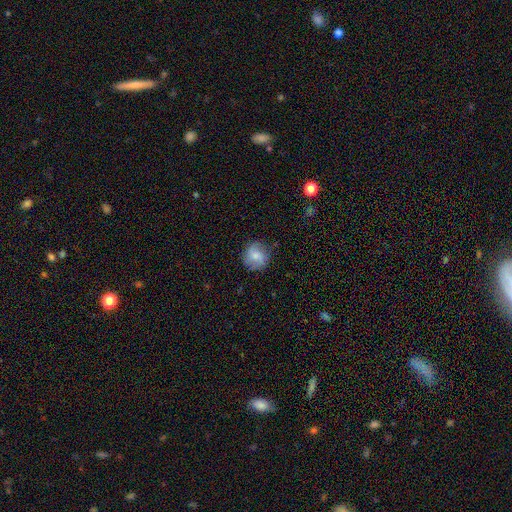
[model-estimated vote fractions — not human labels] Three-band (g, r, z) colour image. It shows a smooth galaxy with no disk features (56%) that is round (86%). Merging: none (77%).